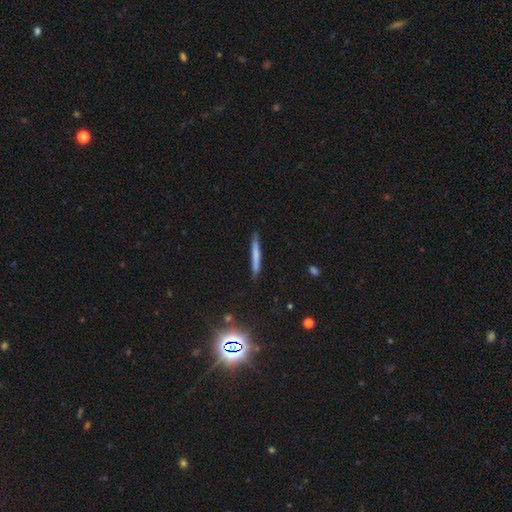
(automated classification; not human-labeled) Smooth or featured? Predicted: smooth (p=0.64). How rounded? Predicted: cigar-shaped (p=0.95). Merging? Predicted: none (p=0.84).